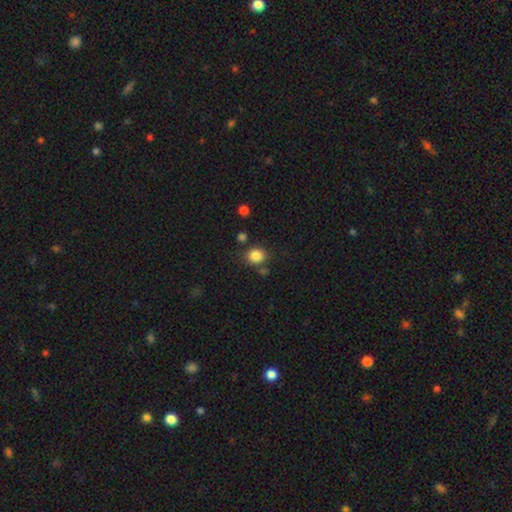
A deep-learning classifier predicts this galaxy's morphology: This appears to be a smooth galaxy with no disk features (84%) that is round (80%). Merging: none (77%).